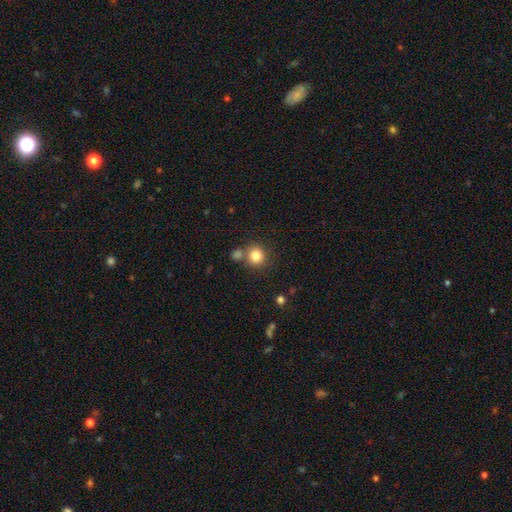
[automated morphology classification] Smooth or featured: smooth — 83% (star or artifact — 11%)
How rounded: round — 89% (in between — 10%)
Merging: none — 67% (merger — 20%)